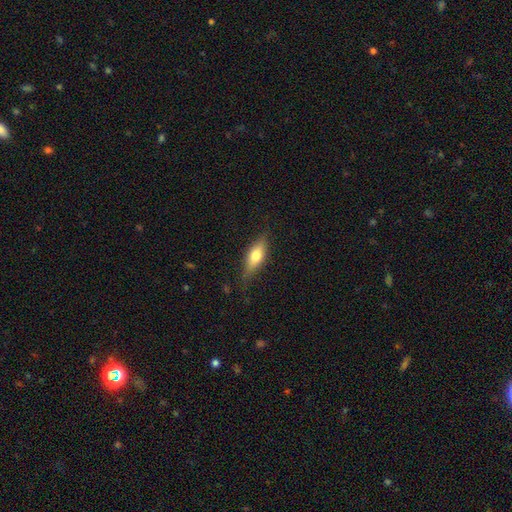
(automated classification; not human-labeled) The model was most divided on "how rounded": in between: 64%, cigar-shaped: 32%, round: 3%. More confident: merging — none (78%); smooth or featured — smooth (63%).